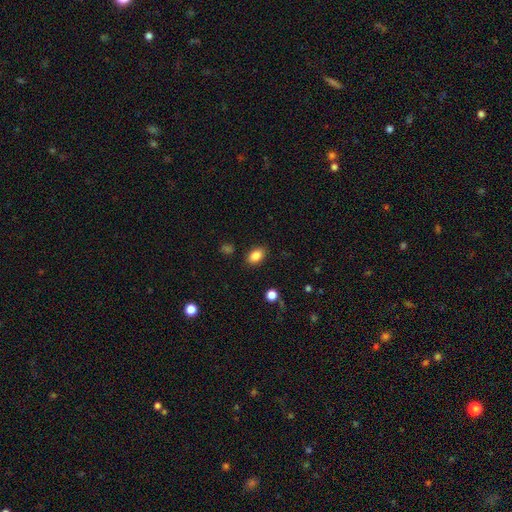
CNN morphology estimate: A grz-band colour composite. It shows a smooth galaxy with no disk features (86%) that is in between round and cigar-shaped (84%). Merging: none (86%).